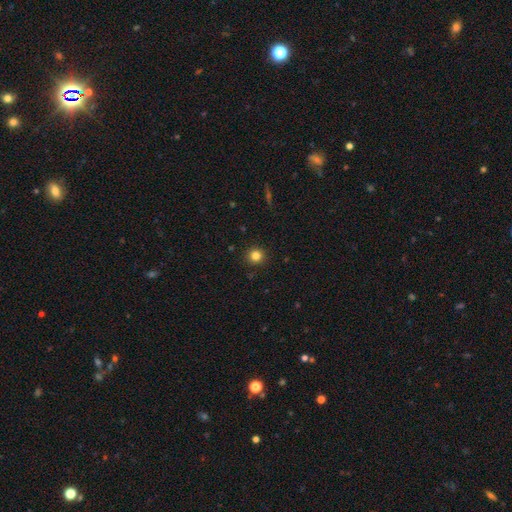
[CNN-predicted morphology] Overall: smooth (82%). How rounded: round (94%). Merging: none (92%).